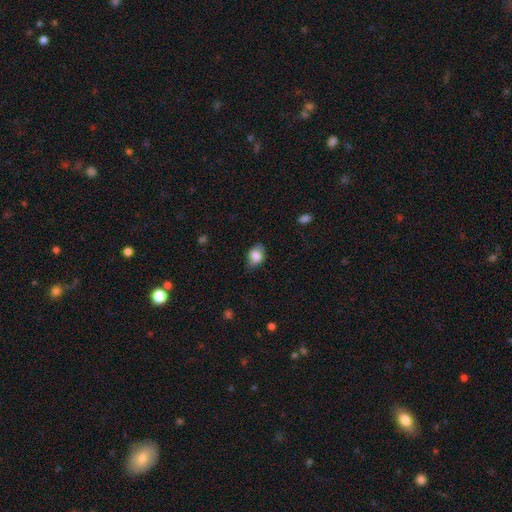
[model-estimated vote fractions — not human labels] smooth-or-featured: smooth: 80% | featured or disk: 12% | star or artifact: 8%
  how-rounded: in between: 76% | round: 22% | cigar-shaped: 1%
  merging: none: 66% | minor disturbance: 26% | major disturbance: 6% | merger: 1%